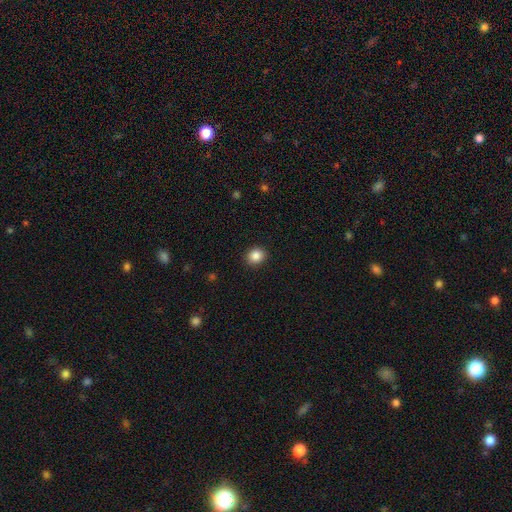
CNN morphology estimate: A smooth galaxy with no disk features (86%) that is round (73%). Merging: none (91%).